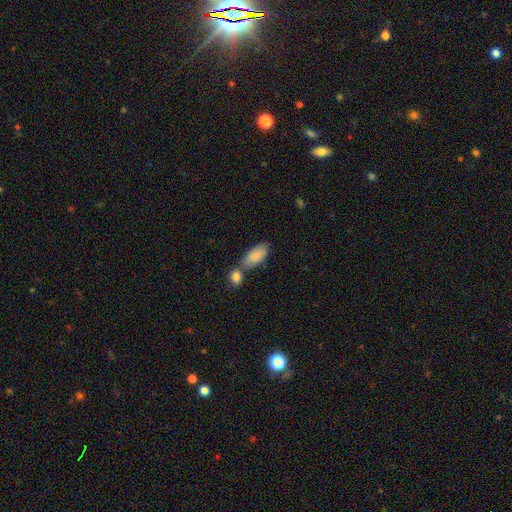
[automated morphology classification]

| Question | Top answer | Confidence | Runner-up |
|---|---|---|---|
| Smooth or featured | smooth | 84% | featured or disk (10%) |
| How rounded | in between | 89% | cigar-shaped (8%) |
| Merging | none | 45% | merger (36%) |